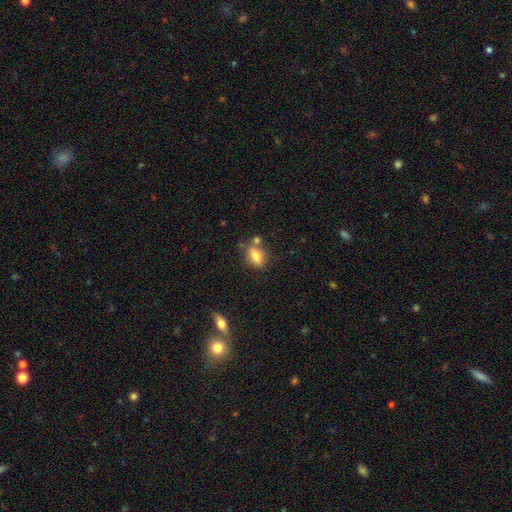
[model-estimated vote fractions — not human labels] Smooth or featured? smooth (77%)
How rounded? in between (79%)
Merging? none (65%)